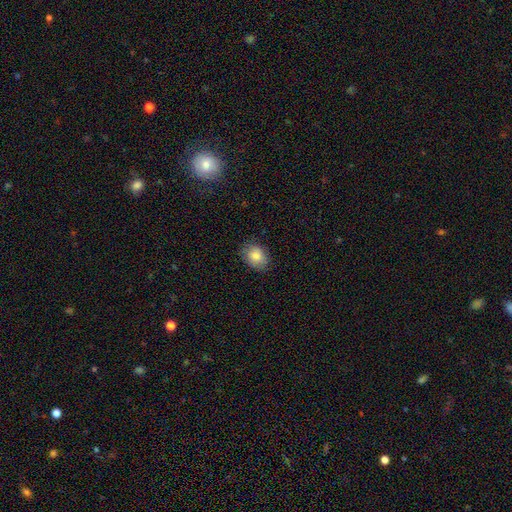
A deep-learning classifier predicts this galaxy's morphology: Q: Smooth or featured?
A: smooth (84%); runner-up: star or artifact (8%)
Q: How rounded?
A: in between (63%); runner-up: round (36%)
Q: Merging?
A: none (83%); runner-up: minor disturbance (14%)